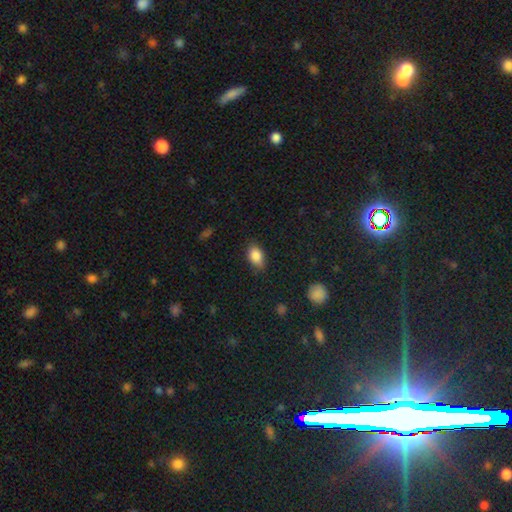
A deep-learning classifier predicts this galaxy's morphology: smooth-or-featured: smooth: 86% | star or artifact: 8% | featured or disk: 6%
  how-rounded: in between: 87% | round: 10% | cigar-shaped: 3%
  merging: none: 75% | minor disturbance: 20% | major disturbance: 4% | merger: 1%